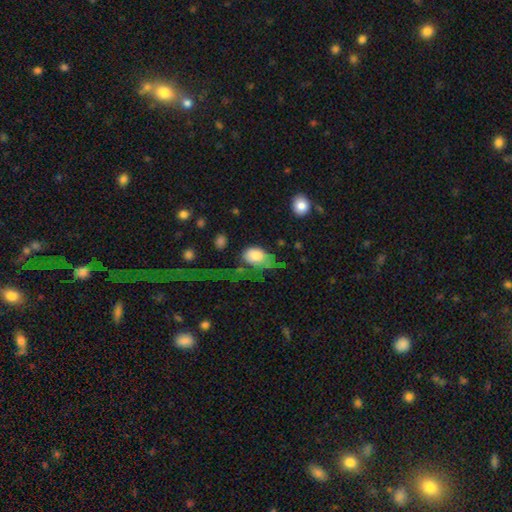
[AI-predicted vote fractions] This appears to be a smooth galaxy with no disk features (76%) that is in between round and cigar-shaped (85%). Merging: major disturbance (43%).